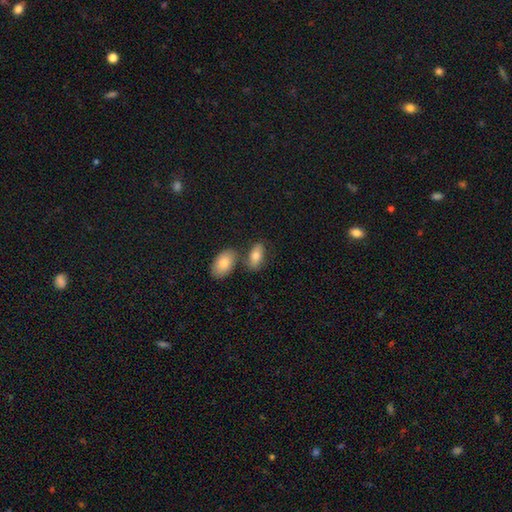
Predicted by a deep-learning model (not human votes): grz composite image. It shows a smooth galaxy with no disk features (76%) that is in between round and cigar-shaped (90%). Merging: none (60%).